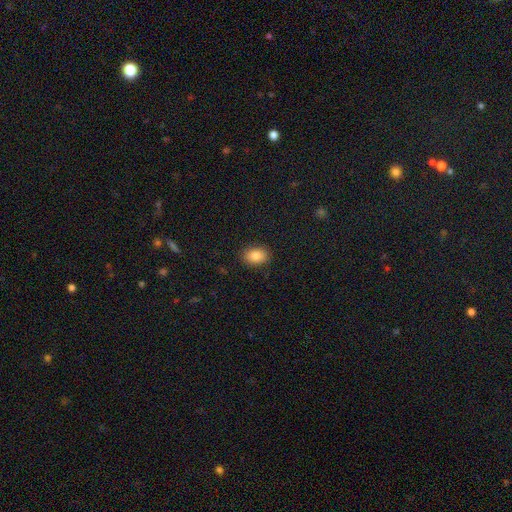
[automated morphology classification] type=smooth (84%); roundness=in between (76%); merging=none (88%).